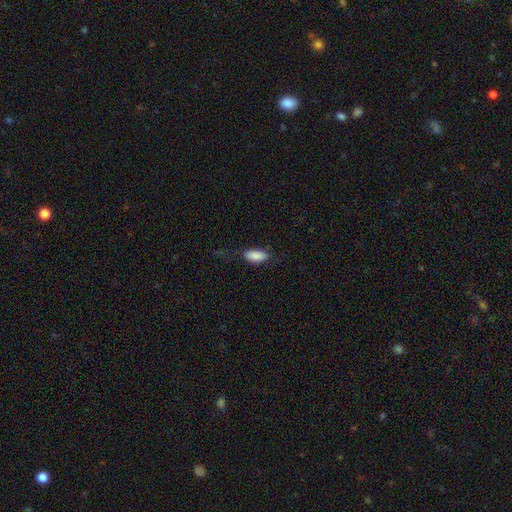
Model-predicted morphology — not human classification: smooth_or_featured: smooth (p=0.88) [alt: star or artifact p=0.06]
how_rounded: in between (p=0.85) [alt: cigar-shaped p=0.13]
merging: none (p=0.73) [alt: minor disturbance p=0.19]